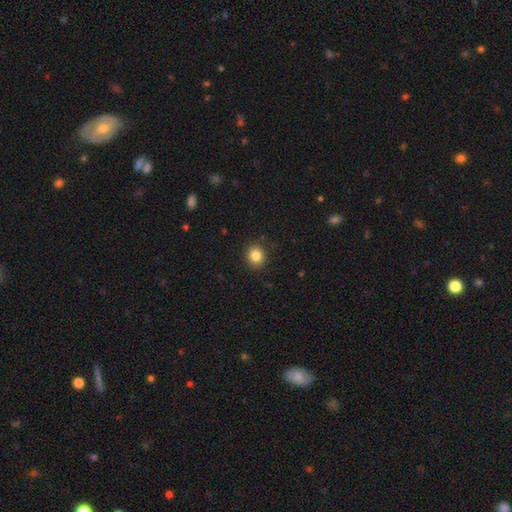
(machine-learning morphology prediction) This is clearly a smooth galaxy (84%). How rounded: clearly round (80%). Merging: clearly none (90%).